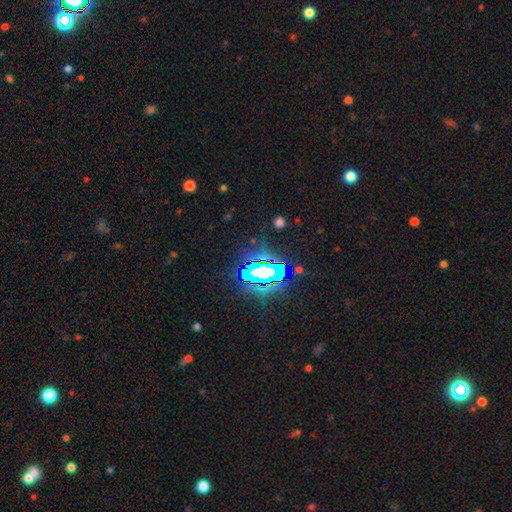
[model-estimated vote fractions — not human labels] Q: Smooth or featured?
A: star or artifact (62%); runner-up: smooth (24%)